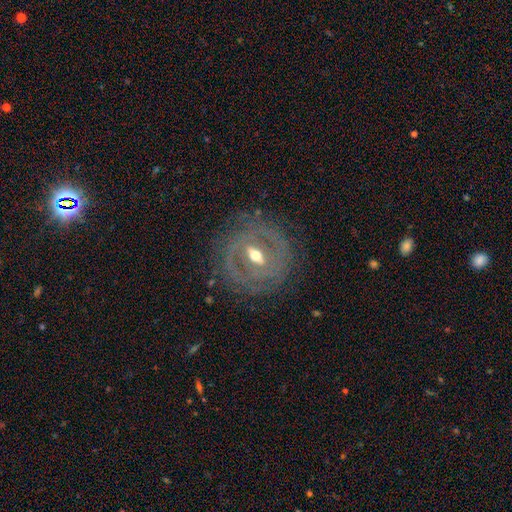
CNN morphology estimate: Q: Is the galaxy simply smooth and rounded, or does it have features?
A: featured or disk — 80%.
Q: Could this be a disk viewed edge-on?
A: no — 86%.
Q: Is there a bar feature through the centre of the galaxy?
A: strong — 50%.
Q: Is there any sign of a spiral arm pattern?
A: yes — 54%.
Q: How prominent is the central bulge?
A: moderate — 68%.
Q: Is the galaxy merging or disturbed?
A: none — 76%.